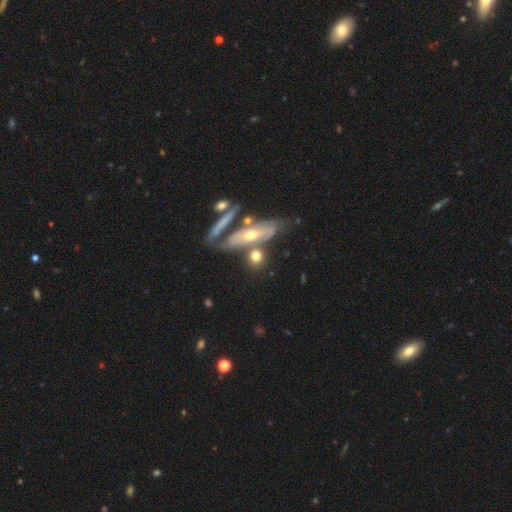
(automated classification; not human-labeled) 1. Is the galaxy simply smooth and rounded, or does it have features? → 53% smooth, 39% featured or disk, 8% star or artifact.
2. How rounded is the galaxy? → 42% in between, 35% round, 23% cigar-shaped.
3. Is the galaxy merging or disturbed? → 50% none, 26% merger, 16% minor disturbance, 7% major disturbance.